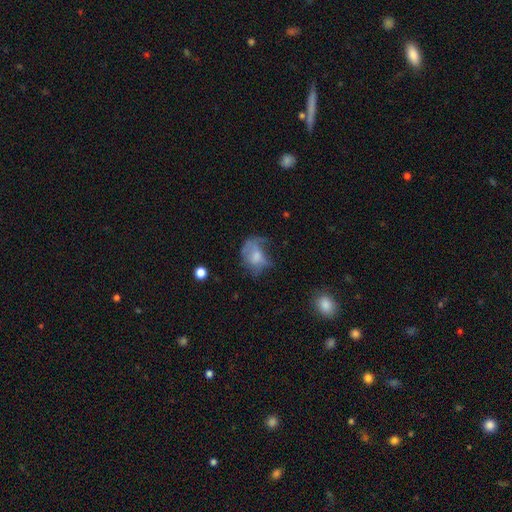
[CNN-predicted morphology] The model was most divided on "smooth or featured": smooth: 50%, featured or disk: 38%, star or artifact: 12%. Remaining: how rounded — in between (71%); merging — major disturbance (42%).